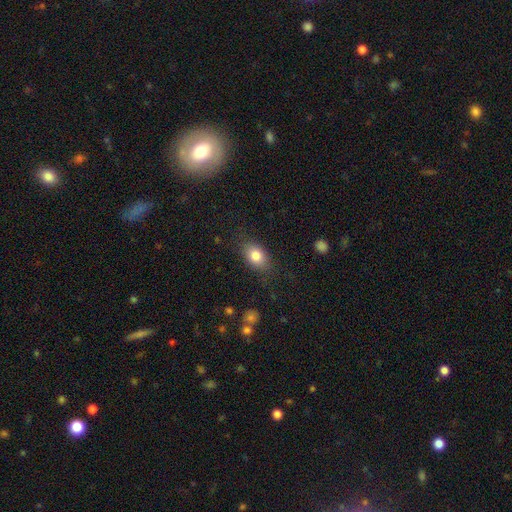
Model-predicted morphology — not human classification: smooth_or_featured: smooth (p=0.82) [alt: featured or disk p=0.10]
how_rounded: in between (p=0.82) [alt: round p=0.16]
merging: none (p=0.81) [alt: minor disturbance p=0.14]